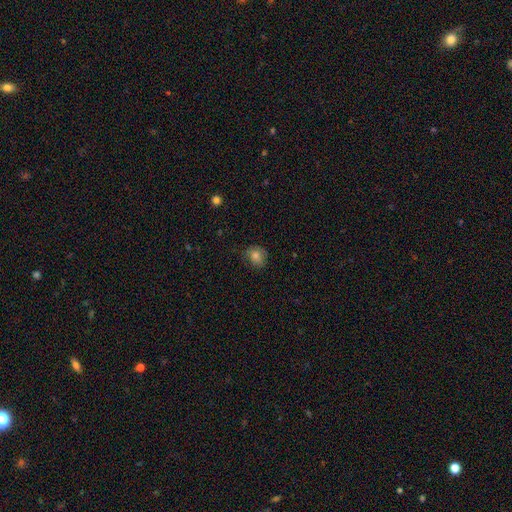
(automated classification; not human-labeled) The model was most divided on "how rounded": round: 72%, in between: 27%, cigar-shaped: 1%. More confident: smooth or featured — smooth (78%); merging — none (72%).